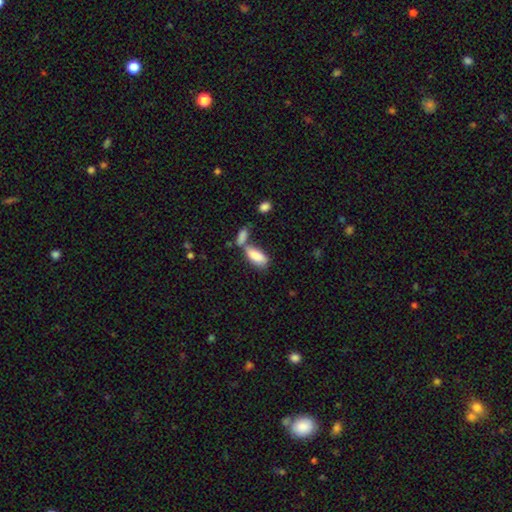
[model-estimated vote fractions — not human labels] Morphology: type=smooth (85%); roundness=in between (83%); merging=merger (45%).